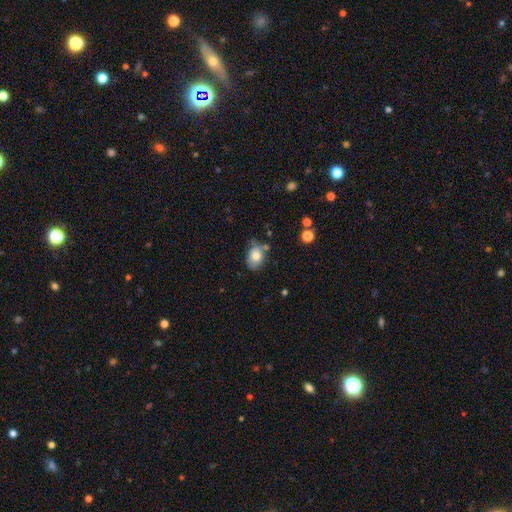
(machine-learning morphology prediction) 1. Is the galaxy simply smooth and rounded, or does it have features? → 80% smooth, 12% featured or disk, 8% star or artifact.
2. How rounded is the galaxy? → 72% in between, 27% round, 1% cigar-shaped.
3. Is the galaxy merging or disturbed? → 58% none, 27% minor disturbance, 9% merger, 6% major disturbance.